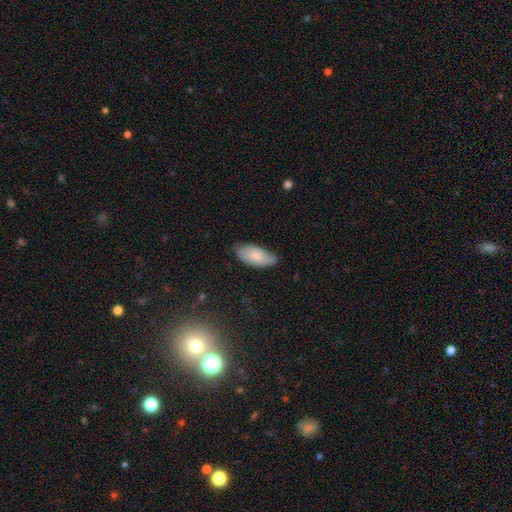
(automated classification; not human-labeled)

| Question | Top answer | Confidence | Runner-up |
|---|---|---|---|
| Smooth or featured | smooth | 75% | featured or disk (19%) |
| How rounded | in between | 90% | cigar-shaped (8%) |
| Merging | none | 72% | minor disturbance (23%) |